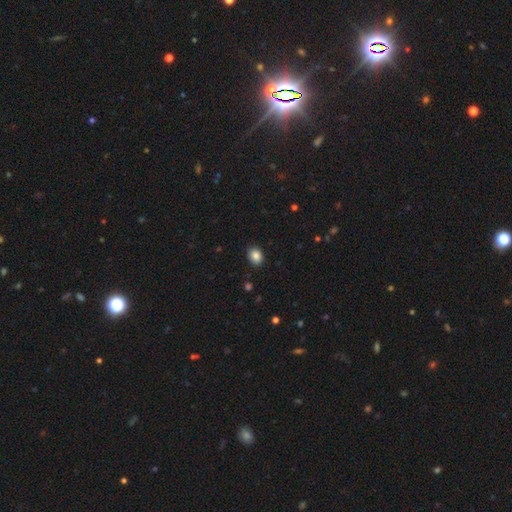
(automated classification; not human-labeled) smooth 86%, star or artifact 9%, featured or disk 5%. Down the decision tree: how rounded — in between (66%); merging — none (89%).